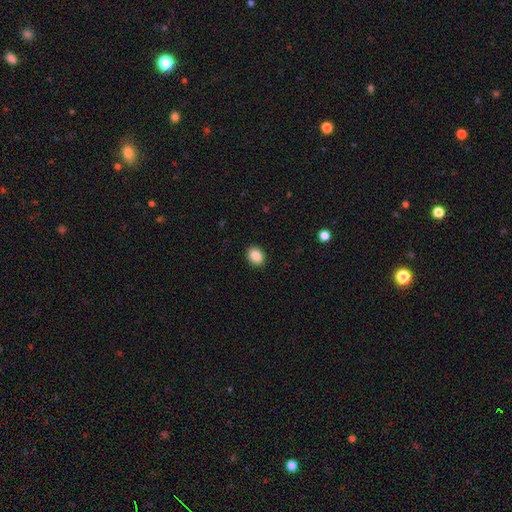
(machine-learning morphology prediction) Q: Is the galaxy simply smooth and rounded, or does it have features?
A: smooth — 87%.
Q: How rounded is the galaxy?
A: in between — 56%.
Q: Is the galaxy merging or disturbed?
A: none — 91%.